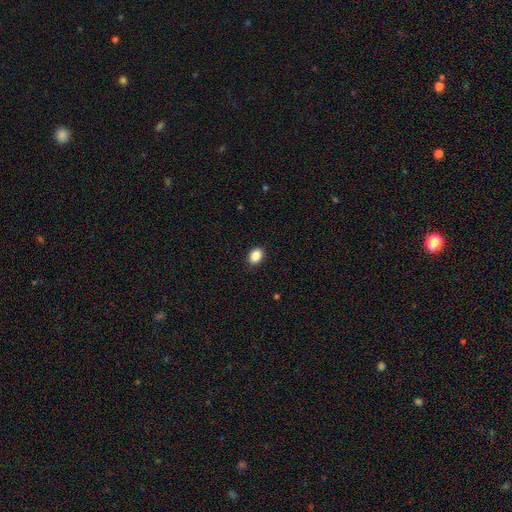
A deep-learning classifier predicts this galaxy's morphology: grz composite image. It shows a smooth galaxy with no disk features (87%) that is in between round and cigar-shaped (74%). Merging: none (90%).